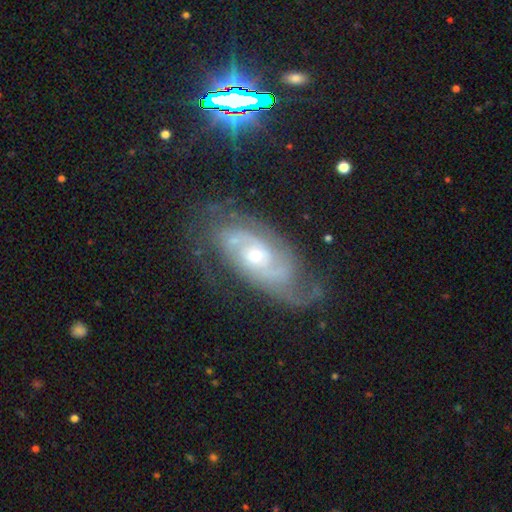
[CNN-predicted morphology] smooth_or_featured: featured or disk (p=0.86) [alt: star or artifact p=0.08]
disk_edge_on: no (p=0.94) [alt: yes p=0.06]
bar: no (p=0.68) [alt: weak p=0.25]
has_spiral_arms: yes (p=0.96) [alt: no p=0.04]
spiral_winding: tight (p=0.57) [alt: medium p=0.35]
spiral_arm_count: 2 (p=0.48) [alt: can't tell p=0.23]
bulge_size: small (p=0.52) [alt: moderate p=0.44]
merging: none (p=0.69) [alt: minor disturbance p=0.20]